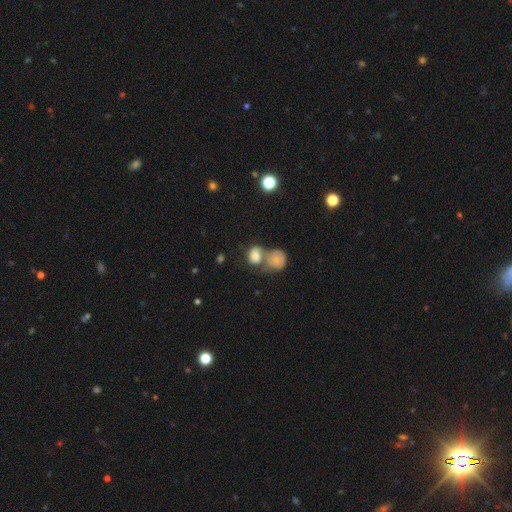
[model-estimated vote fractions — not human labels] A smooth galaxy with no disk features (75%) that is in between round and cigar-shaped (53%).

Vote fractions:
- Smooth or featured? smooth: 75% / featured or disk: 15% / star or artifact: 10%
- How rounded? in between: 53% / round: 46% / cigar-shaped: 1%
- Merging? merger: 59% / none: 24% / minor disturbance: 10% / major disturbance: 7%